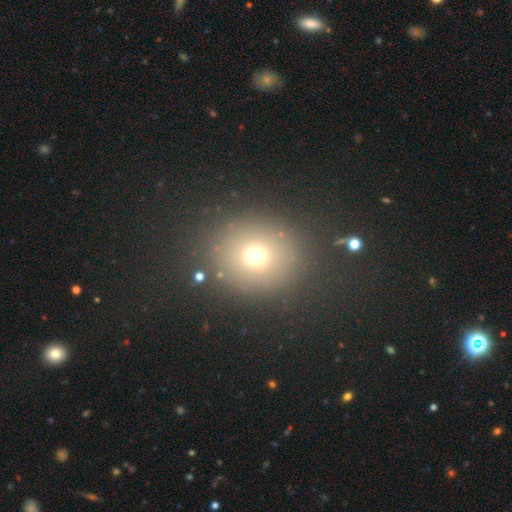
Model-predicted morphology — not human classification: type=smooth (68%); roundness=round (82%); merging=none (85%).